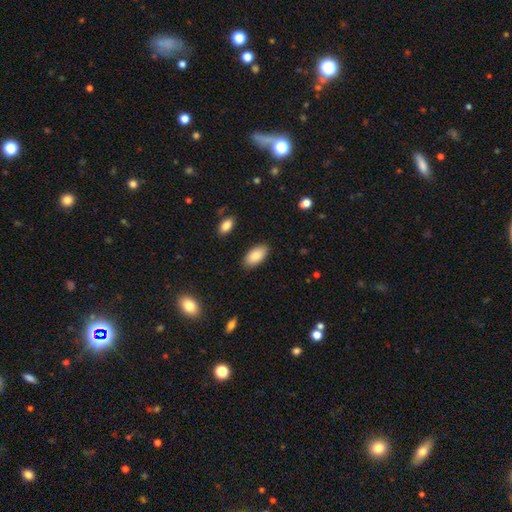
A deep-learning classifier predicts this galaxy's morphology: Q: Smooth or featured?
A: smooth (87%); runner-up: featured or disk (6%)
Q: How rounded?
A: in between (94%); runner-up: cigar-shaped (4%)
Q: Merging?
A: none (87%); runner-up: minor disturbance (9%)